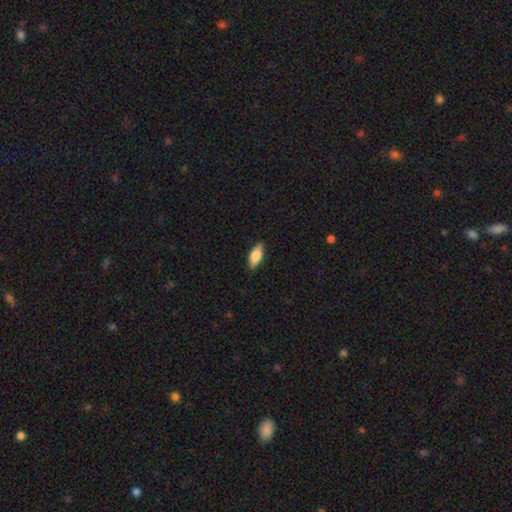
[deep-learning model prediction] This is likely a smooth galaxy (67%). How rounded: likely in between (78%). Merging: clearly none (88%).